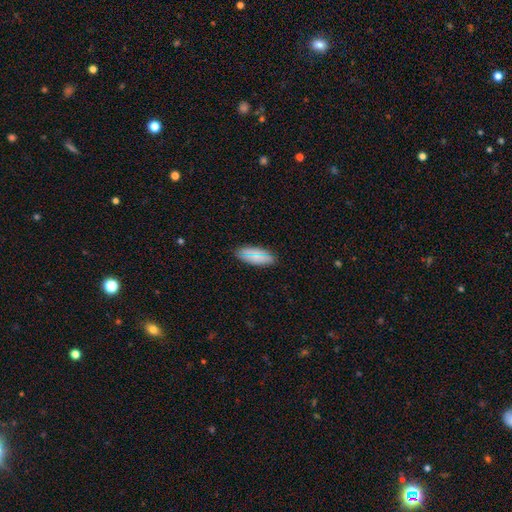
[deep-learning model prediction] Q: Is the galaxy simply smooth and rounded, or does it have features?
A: smooth — 77%.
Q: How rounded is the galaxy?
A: in between — 86%.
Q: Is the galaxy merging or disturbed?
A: none — 86%.